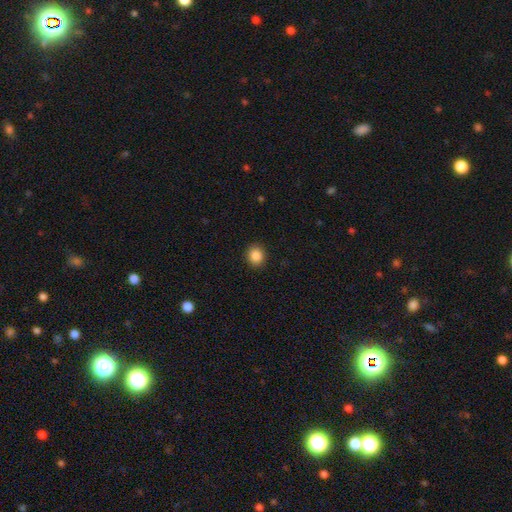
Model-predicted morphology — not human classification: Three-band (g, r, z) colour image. It shows a smooth galaxy with no disk features (87%) that is round (72%). Merging: none (91%).